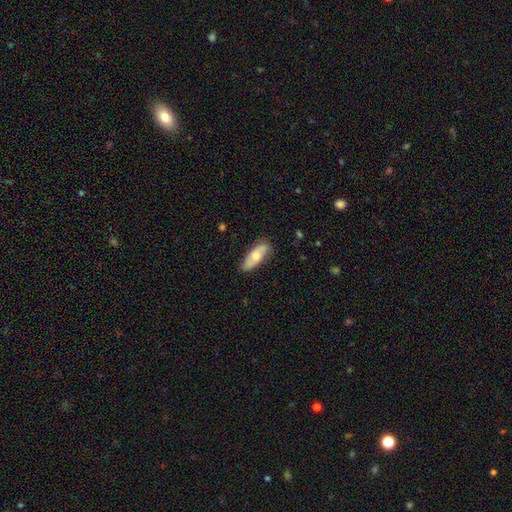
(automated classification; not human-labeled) Smooth or featured?
  - smooth: 58% *
  - featured or disk: 36%
  - star or artifact: 6%
How rounded?
  - in between: 69% *
  - cigar-shaped: 29%
  - round: 3%
Merging?
  - none: 80% *
  - minor disturbance: 16%
  - major disturbance: 3%
  - merger: 1%